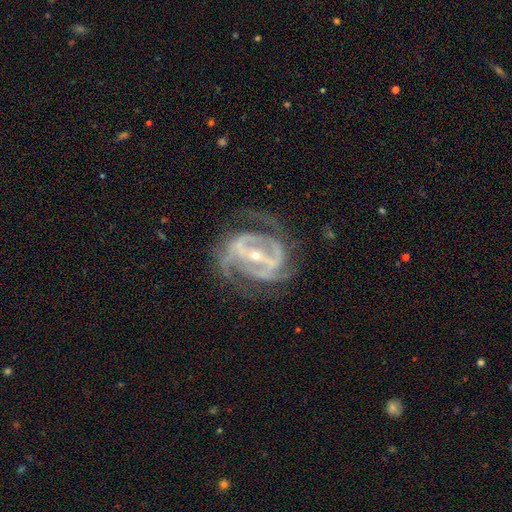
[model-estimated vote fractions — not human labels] smooth-or-featured: featured or disk: 91% | star or artifact: 5% | smooth: 4%
  disk-edge-on: no: 95% | yes: 5%
    bar: strong: 73% | weak: 20% | no: 7%
    has-spiral-arms: yes: 94% | no: 6%
      spiral-winding: medium: 45% | tight: 41% | loose: 14%
      spiral-arm-count: 2: 41% | 3: 24% | can't tell: 17% | 4: 9% | 1: 5% | more than 4: 5%
    bulge-size: small: 64% | moderate: 33% | large: 1% | none: 1% | dominant: 1%
  merging: none: 63% | major disturbance: 19% | minor disturbance: 17% | merger: 2%